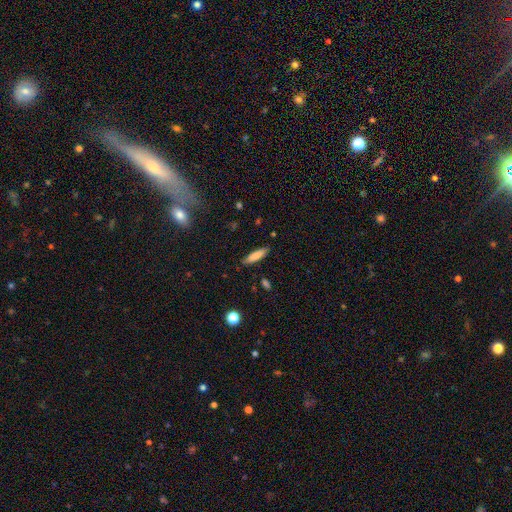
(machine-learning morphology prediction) Smooth or featured?
  - smooth: 82% *
  - featured or disk: 12%
  - star or artifact: 7%
How rounded?
  - cigar-shaped: 72% *
  - in between: 26%
  - round: 2%
Merging?
  - none: 85% *
  - minor disturbance: 11%
  - major disturbance: 2%
  - merger: 1%